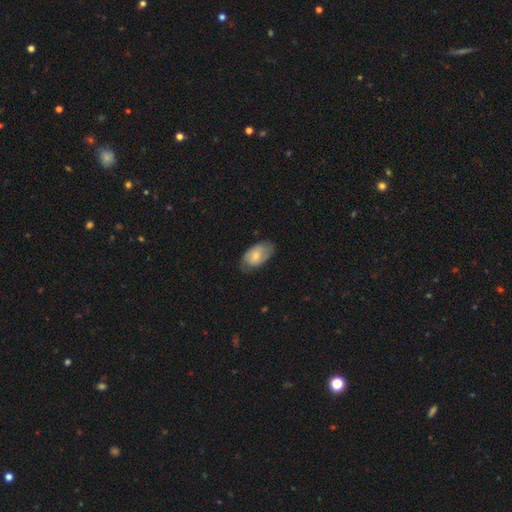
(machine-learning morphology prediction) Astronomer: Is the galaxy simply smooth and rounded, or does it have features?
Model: smooth — 70%.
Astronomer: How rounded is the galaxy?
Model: in between — 92%.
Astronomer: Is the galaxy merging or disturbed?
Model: none — 63%.